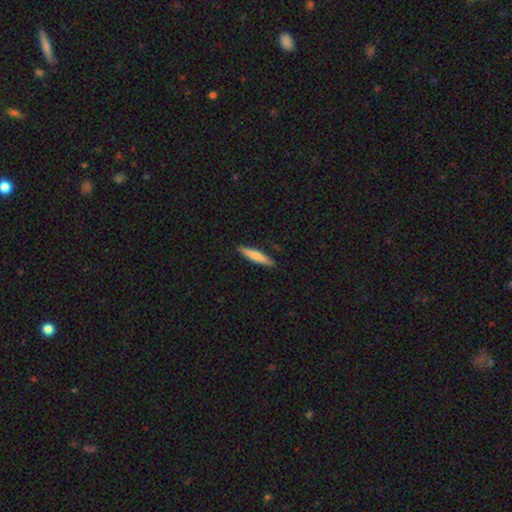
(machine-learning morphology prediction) Smooth or featured: smooth — 72% (featured or disk — 23%)
How rounded: cigar-shaped — 90% (in between — 9%)
Merging: none — 90% (minor disturbance — 7%)